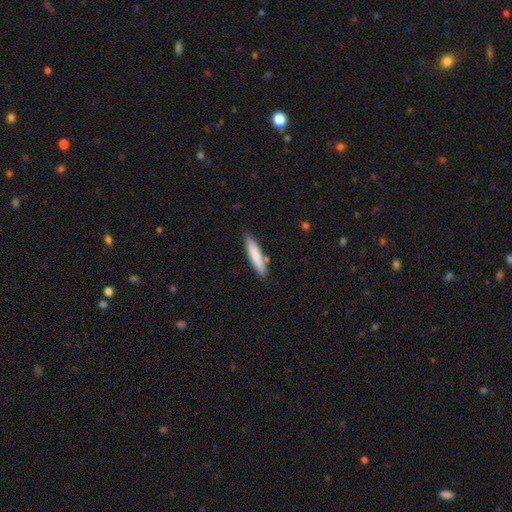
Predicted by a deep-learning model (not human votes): Morphology: type=smooth (80%); roundness=cigar-shaped (86%); merging=none (82%).